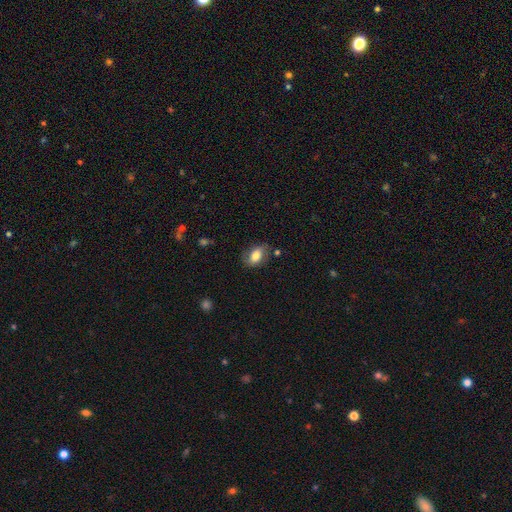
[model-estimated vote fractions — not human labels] Smooth or featured? smooth (78%)
How rounded? in between (87%)
Merging? none (70%)